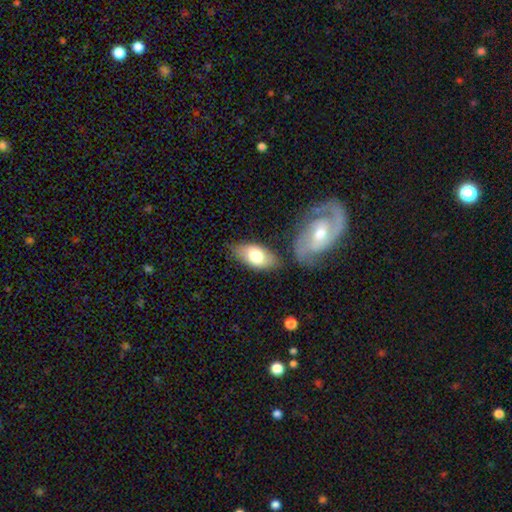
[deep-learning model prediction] smooth 73%, featured or disk 21%, star or artifact 6%. Down the decision tree: how rounded — in between (92%); merging — none (68%).